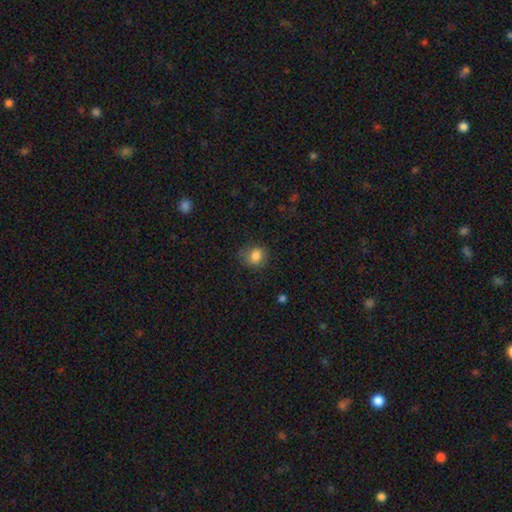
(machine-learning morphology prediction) type=smooth (82%); roundness=round (61%); merging=none (68%).